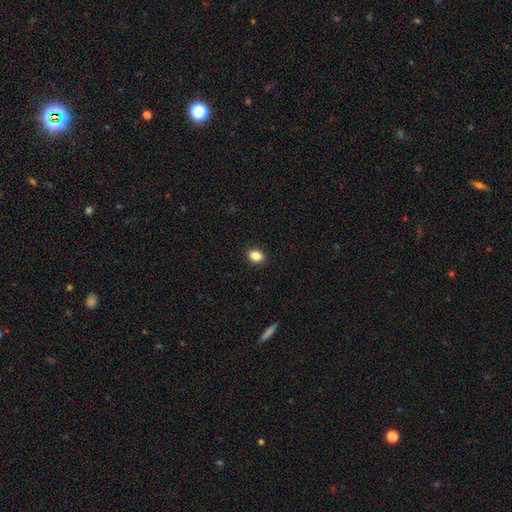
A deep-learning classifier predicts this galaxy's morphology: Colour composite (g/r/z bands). It shows a smooth galaxy with no disk features (86%) that is in between round and cigar-shaped (63%). Merging: none (91%).